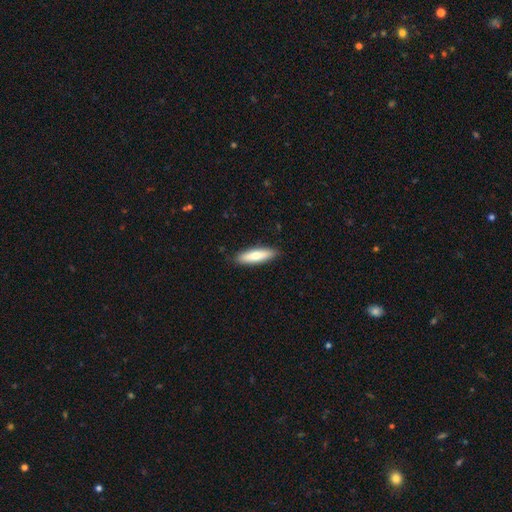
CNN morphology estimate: This is likely a smooth galaxy (73%). How rounded: likely cigar-shaped (62%). Merging: clearly none (88%).